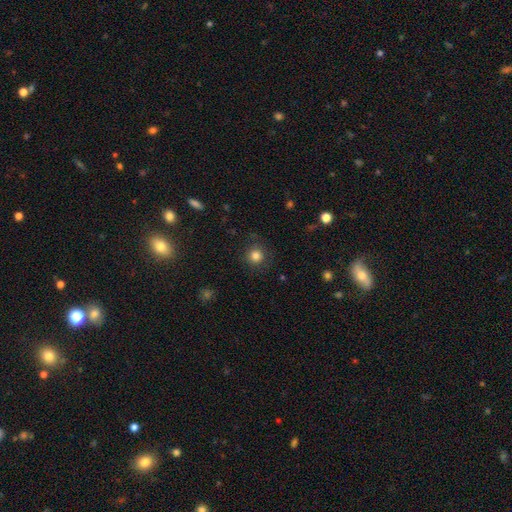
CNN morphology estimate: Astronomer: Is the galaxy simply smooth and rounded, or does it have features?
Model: smooth — 83%.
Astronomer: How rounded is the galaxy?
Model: round — 94%.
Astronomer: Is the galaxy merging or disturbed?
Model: none — 85%.